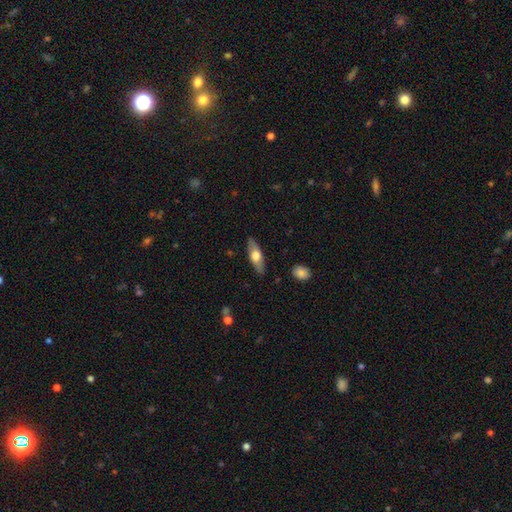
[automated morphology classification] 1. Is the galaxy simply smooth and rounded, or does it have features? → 53% smooth, 41% featured or disk, 6% star or artifact.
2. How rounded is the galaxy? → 59% in between, 38% cigar-shaped, 3% round.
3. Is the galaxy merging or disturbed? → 86% none, 11% minor disturbance, 2% major disturbance, 1% merger.